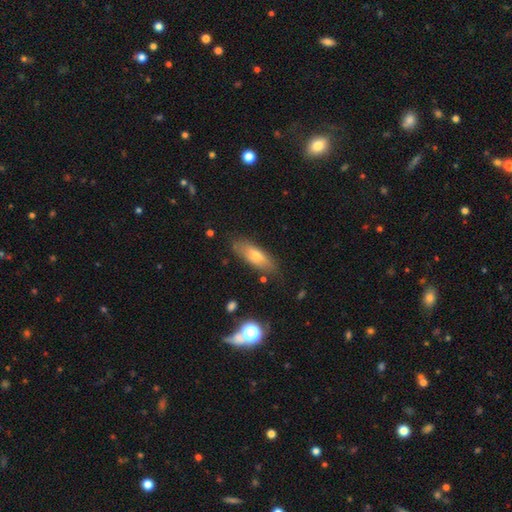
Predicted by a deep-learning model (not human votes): smooth-or-featured: smooth: 60% | featured or disk: 31% | star or artifact: 9%
  how-rounded: in between: 53% | cigar-shaped: 44% | round: 3%
  merging: none: 79% | minor disturbance: 15% | major disturbance: 3% | merger: 2%